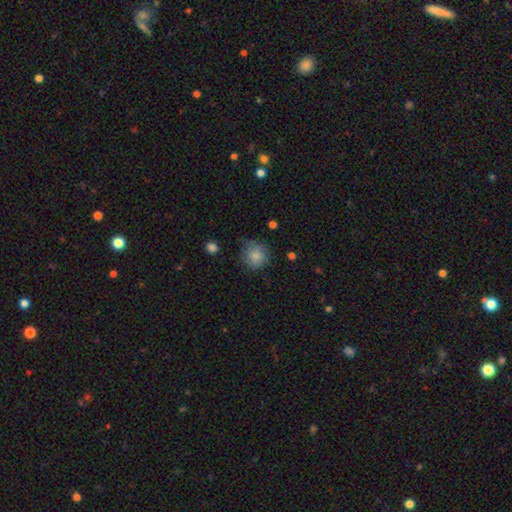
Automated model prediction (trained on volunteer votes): Morphology: type=smooth (81%); roundness=round (89%); merging=none (69%).